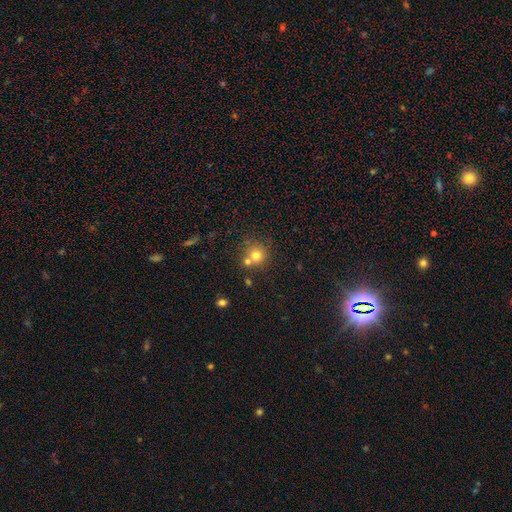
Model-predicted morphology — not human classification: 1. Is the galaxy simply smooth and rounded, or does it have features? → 74% smooth, 14% star or artifact, 12% featured or disk.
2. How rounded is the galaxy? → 90% round, 10% in between, 1% cigar-shaped.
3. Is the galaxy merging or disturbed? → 56% none, 33% merger, 8% minor disturbance, 3% major disturbance.